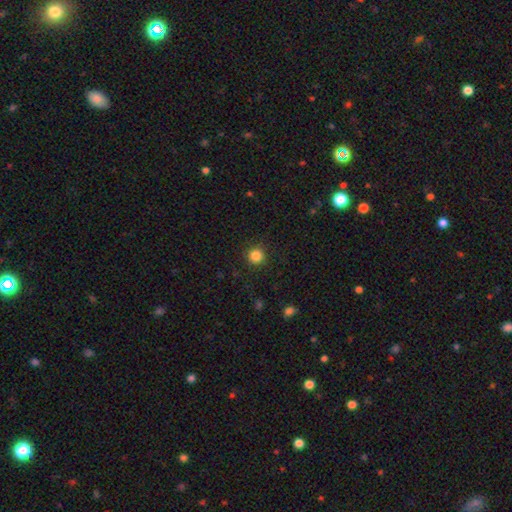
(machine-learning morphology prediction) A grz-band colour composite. It shows a smooth galaxy with no disk features (85%) that is round (95%). Merging: none (91%).